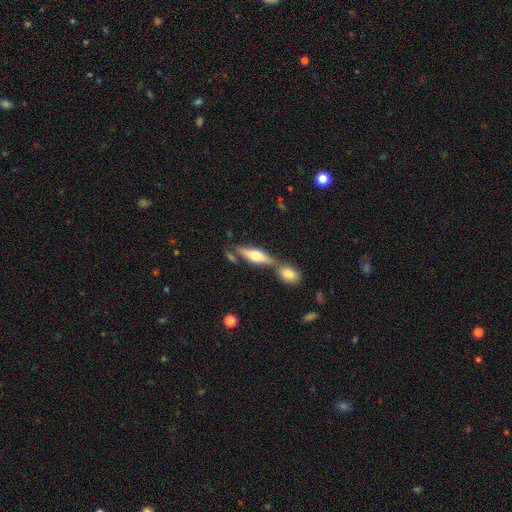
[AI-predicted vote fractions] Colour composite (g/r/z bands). It shows a featured or disk galaxy (48%). Merging: none (55%).